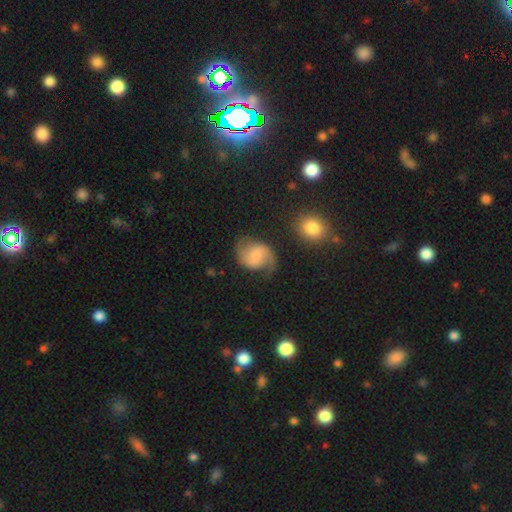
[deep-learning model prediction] Smooth or featured? featured or disk (68%)
Edge-on disk? no (98%)
Bar? no (51%)
Spiral arms? yes (94%)
Spiral winding? medium (45%)
Spiral arm count? 2 (85%)
Bulge size? small (44%)
Merging? none (61%)